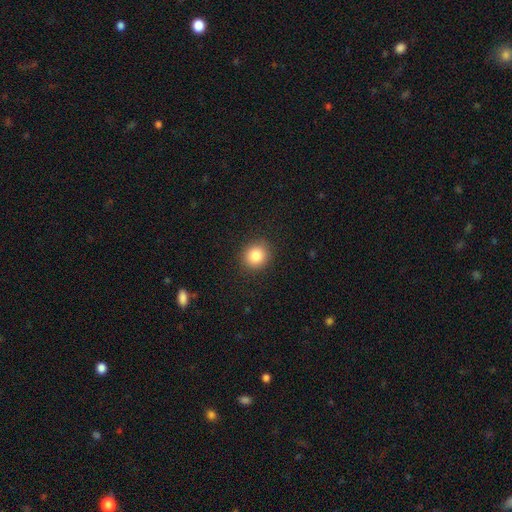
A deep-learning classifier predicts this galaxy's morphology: smooth 84%, star or artifact 10%, featured or disk 6%. Down the decision tree: how rounded — round (84%); merging — none (90%).